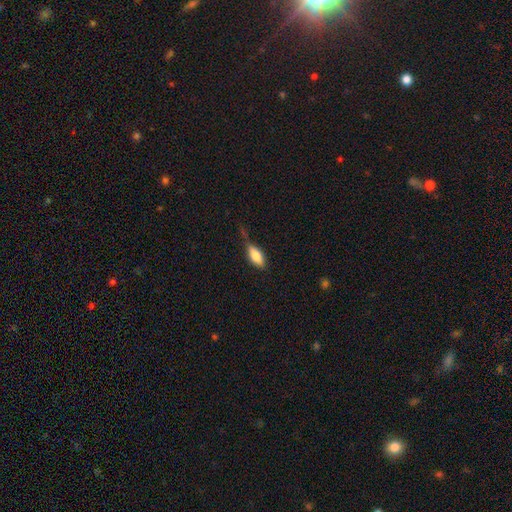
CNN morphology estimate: Smooth or featured? Predicted: smooth (p=0.78). How rounded? Predicted: in between (p=0.82). Merging? Predicted: none (p=0.49).